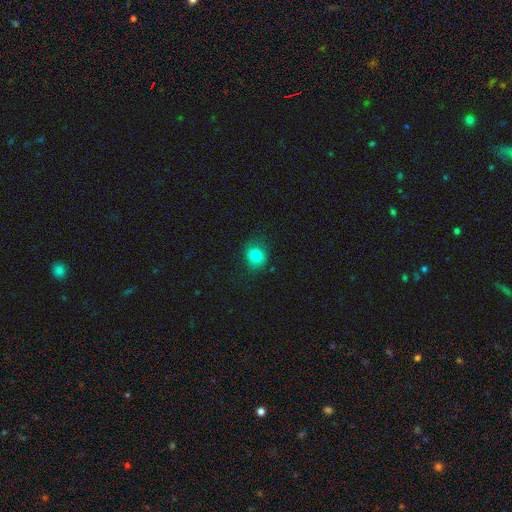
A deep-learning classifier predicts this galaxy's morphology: Smooth or featured? smooth (82%)
How rounded? round (75%)
Merging? none (81%)